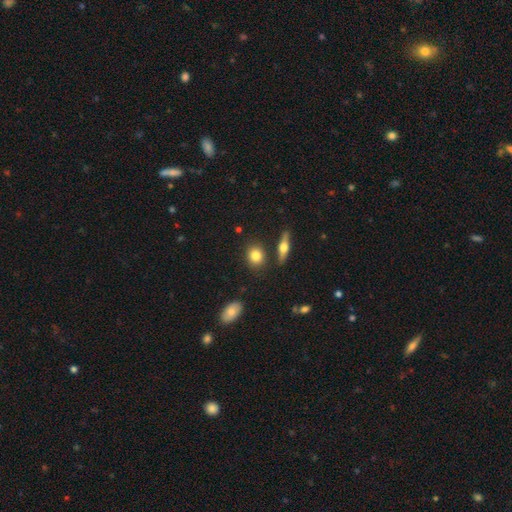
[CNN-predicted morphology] Q: Smooth or featured?
A: smooth (80%); runner-up: featured or disk (12%)
Q: How rounded?
A: round (61%); runner-up: in between (36%)
Q: Merging?
A: none (83%); runner-up: minor disturbance (9%)